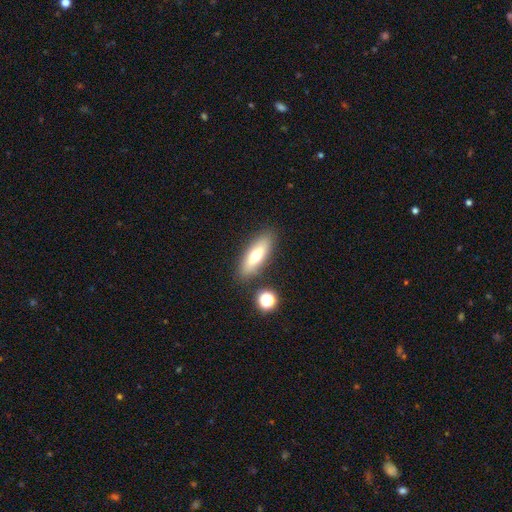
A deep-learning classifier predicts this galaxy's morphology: smooth-or-featured: smooth: 62% | featured or disk: 30% | star or artifact: 8%
  how-rounded: in between: 55% | cigar-shaped: 42% | round: 3%
  merging: none: 84% | minor disturbance: 10% | merger: 4% | major disturbance: 3%